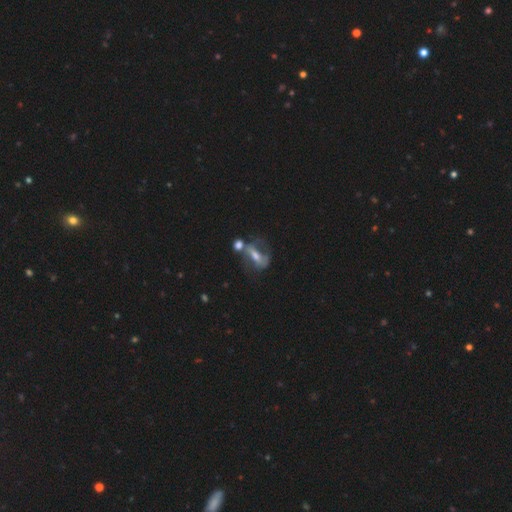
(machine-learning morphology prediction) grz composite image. It shows a featured or disk galaxy (59%) with a strong bar (36%), spiral arms (50%, tied with no) and a moderate central bulge (54%). Merging: none (33%).